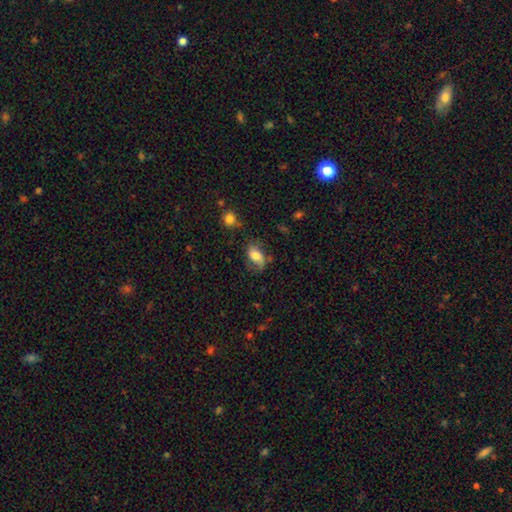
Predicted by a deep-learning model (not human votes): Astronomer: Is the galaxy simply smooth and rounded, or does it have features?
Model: smooth — 65%.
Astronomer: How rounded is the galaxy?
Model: in between — 88%.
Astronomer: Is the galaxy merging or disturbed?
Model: none — 56%.